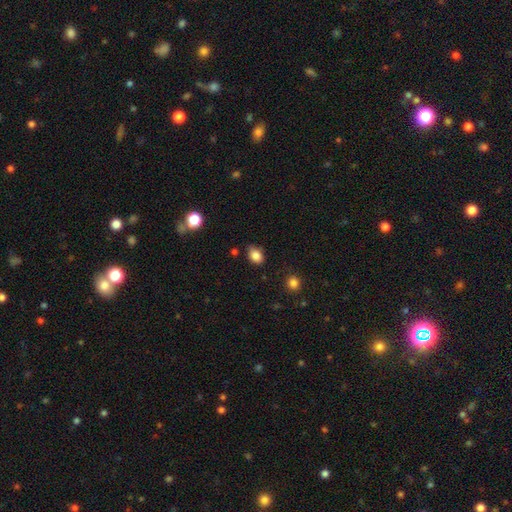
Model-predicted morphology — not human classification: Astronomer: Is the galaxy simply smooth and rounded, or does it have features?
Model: smooth — 85%.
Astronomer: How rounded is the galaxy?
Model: in between — 67%.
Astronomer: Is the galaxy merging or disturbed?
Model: none — 73%.